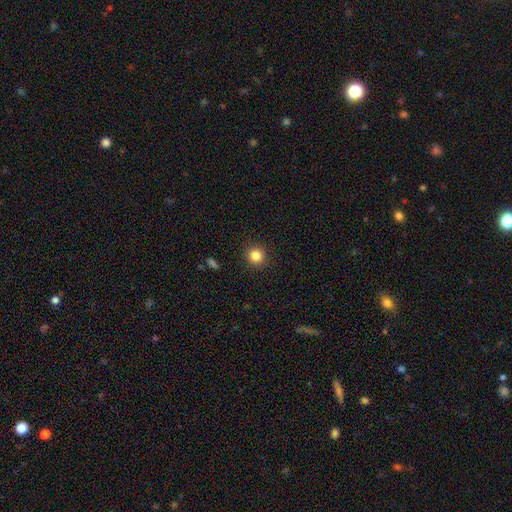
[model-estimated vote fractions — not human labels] Q: Smooth or featured?
A: smooth (84%); runner-up: star or artifact (11%)
Q: How rounded?
A: round (92%); runner-up: in between (7%)
Q: Merging?
A: none (91%); runner-up: minor disturbance (6%)